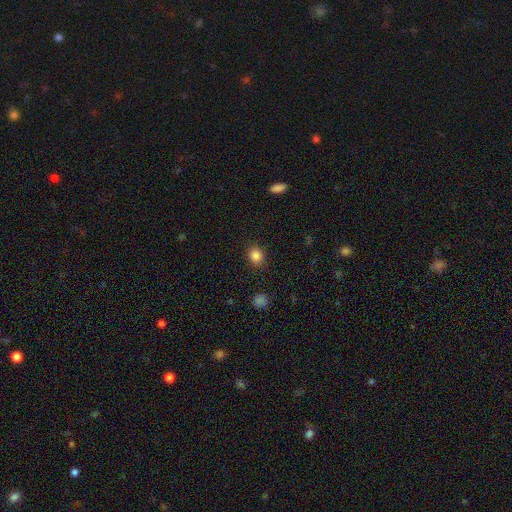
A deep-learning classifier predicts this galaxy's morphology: The model was most divided on "how rounded": round: 68%, in between: 31%, cigar-shaped: 1%. More confident: merging — none (88%); smooth or featured — smooth (85%).